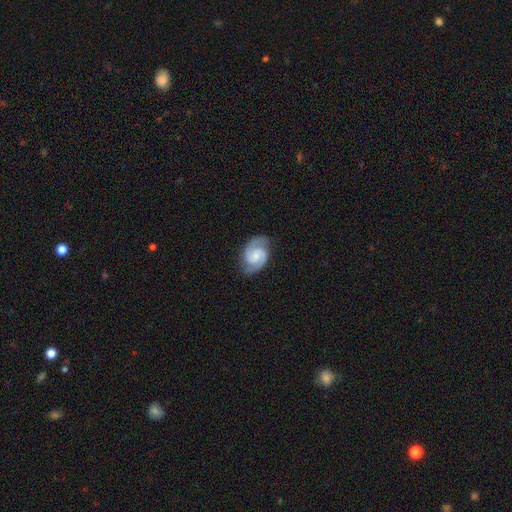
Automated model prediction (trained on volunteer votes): This is clearly a featured or disk galaxy (87%). It is clearly not viewed edge-on (98%). Bar: possibly no (49%). Spiral arm pattern: clearly yes (98%). Spiral arm count: clearly 2 (93%). Spiral winding: possibly medium (53%). Central bulge: marginally small (42%). Merging: clearly none (81%).